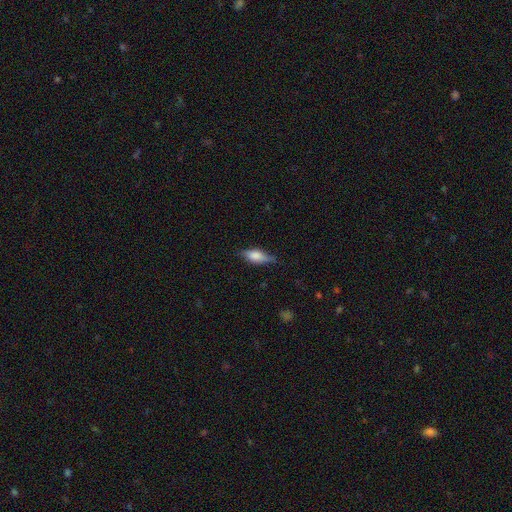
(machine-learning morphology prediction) Smooth or featured: smooth — 63% (featured or disk — 30%)
How rounded: in between — 68% (cigar-shaped — 28%)
Merging: none — 72% (minor disturbance — 22%)